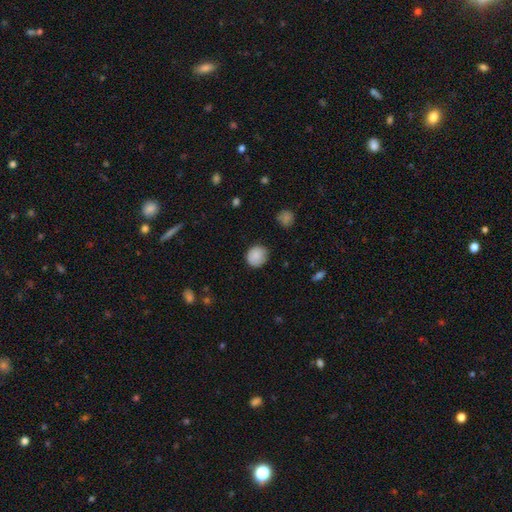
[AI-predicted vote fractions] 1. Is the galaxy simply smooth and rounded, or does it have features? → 86% smooth, 8% star or artifact, 6% featured or disk.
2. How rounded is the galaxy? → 86% round, 13% in between, 1% cigar-shaped.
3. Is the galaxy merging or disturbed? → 82% none, 14% minor disturbance, 3% major disturbance, 1% merger.